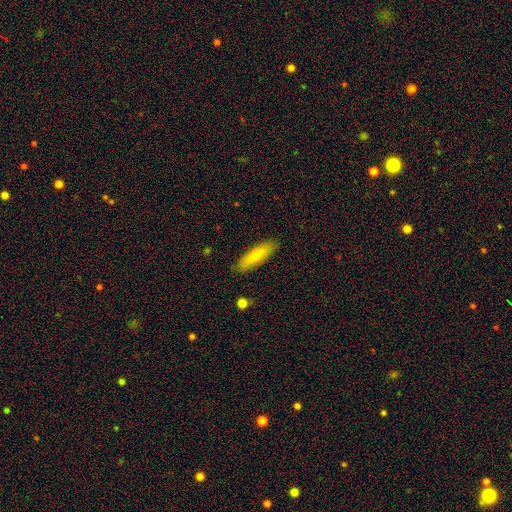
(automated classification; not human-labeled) A smooth galaxy with no disk features (73%) that is cigar-shaped (61%).

Vote fractions:
- Smooth or featured? smooth: 73% / featured or disk: 21% / star or artifact: 6%
- How rounded? cigar-shaped: 61% / in between: 37% / round: 2%
- Merging? none: 86% / minor disturbance: 10% / major disturbance: 2% / merger: 1%